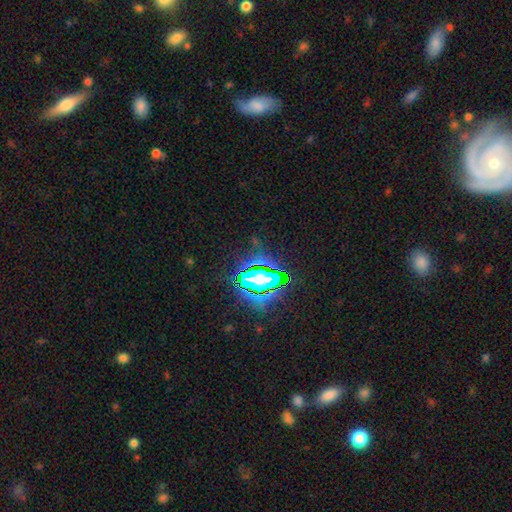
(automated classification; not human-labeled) Q: Smooth or featured?
A: star or artifact (77%); runner-up: smooth (13%)